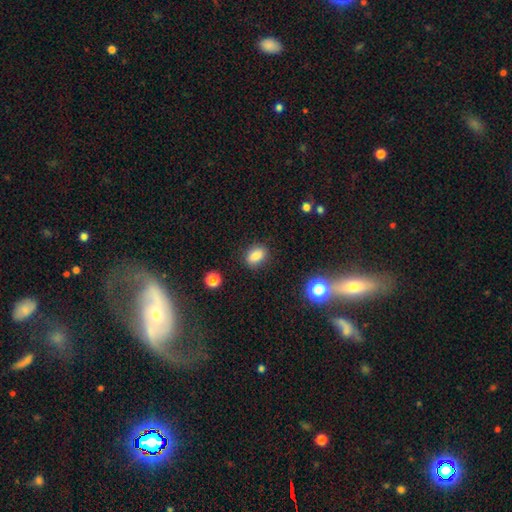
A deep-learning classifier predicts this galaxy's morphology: Smooth or featured: smooth — 84% (star or artifact — 10%)
How rounded: in between — 78% (round — 20%)
Merging: none — 85% (minor disturbance — 11%)